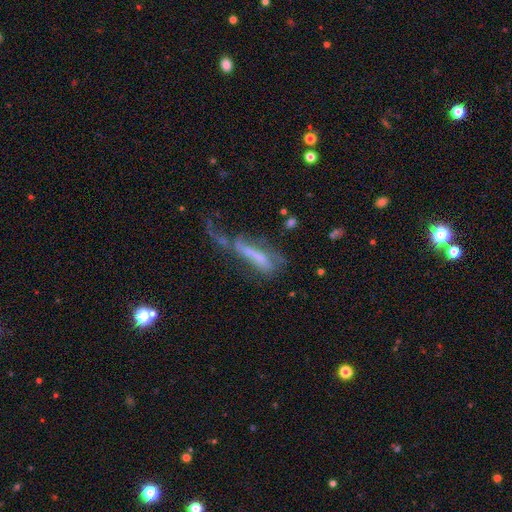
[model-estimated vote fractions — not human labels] This appears to be a featured or disk galaxy (50%). Merging: major disturbance (48%).